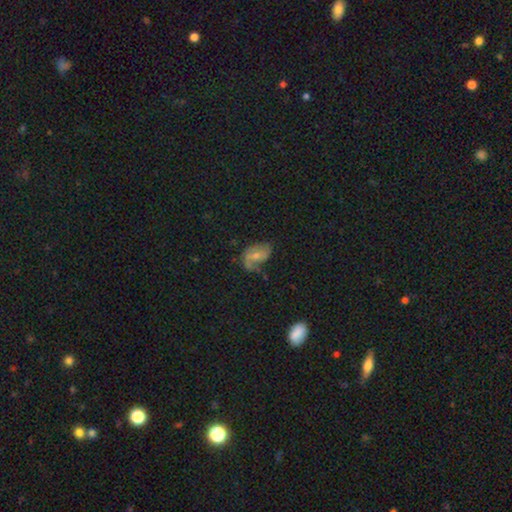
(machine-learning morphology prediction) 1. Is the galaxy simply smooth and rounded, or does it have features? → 52% featured or disk, 37% smooth, 11% star or artifact.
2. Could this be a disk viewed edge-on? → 96% no, 4% yes.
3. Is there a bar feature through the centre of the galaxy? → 52% no, 38% weak, 10% strong.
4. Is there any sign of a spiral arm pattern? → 79% yes, 21% no.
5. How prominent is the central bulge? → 46% moderate (tied), 46% small (tied), 4% none, 3% large, 1% dominant.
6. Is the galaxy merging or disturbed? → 49% none, 30% minor disturbance, 18% major disturbance, 3% merger.